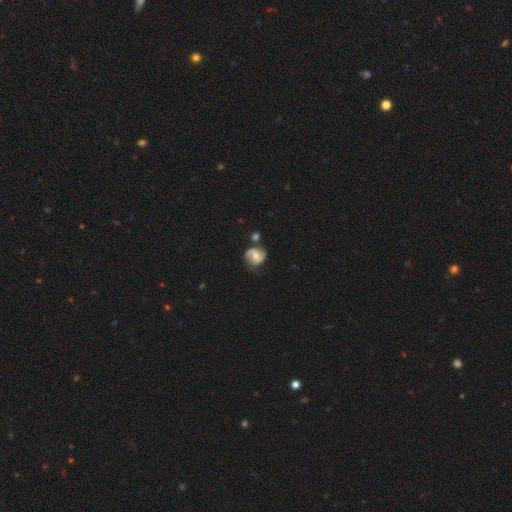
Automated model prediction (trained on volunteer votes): The model was most divided on "spiral winding": medium: 45%, tight: 32%, loose: 22%. More confident: edge-on disk — no (98%); spiral arms — yes (89%); spiral arm count — 2 (81%); smooth or featured — featured or disk (63%); merging — none (62%); bulge size — moderate (59%); bar — no (56%).